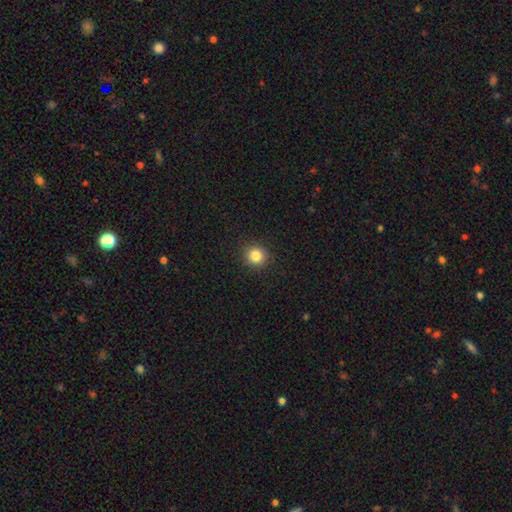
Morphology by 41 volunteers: This is clearly a smooth galaxy (88%). How rounded: clearly round (94%). Merging: clearly none (89%).